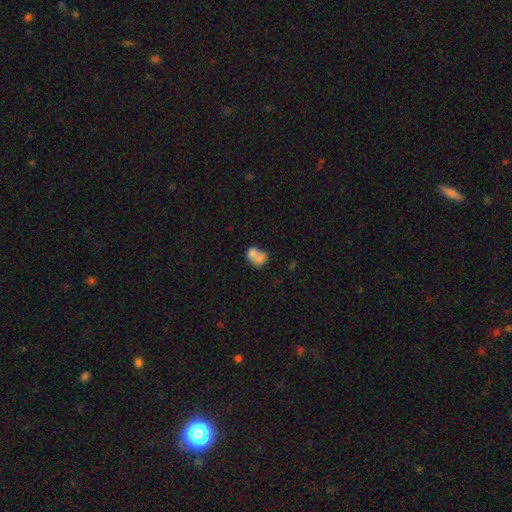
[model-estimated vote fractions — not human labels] Q: Smooth or featured?
A: smooth (73%); runner-up: featured or disk (18%)
Q: How rounded?
A: in between (60%); runner-up: round (39%)
Q: Merging?
A: merger (59%); runner-up: none (22%)